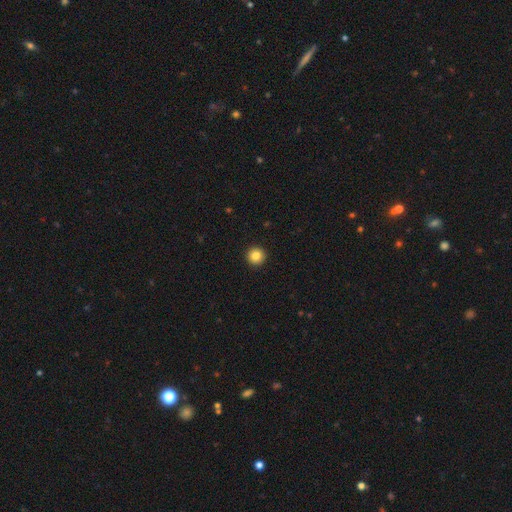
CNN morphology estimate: Smooth or featured: smooth — 85% (star or artifact — 10%)
How rounded: round — 96% (in between — 3%)
Merging: none — 94% (minor disturbance — 4%)